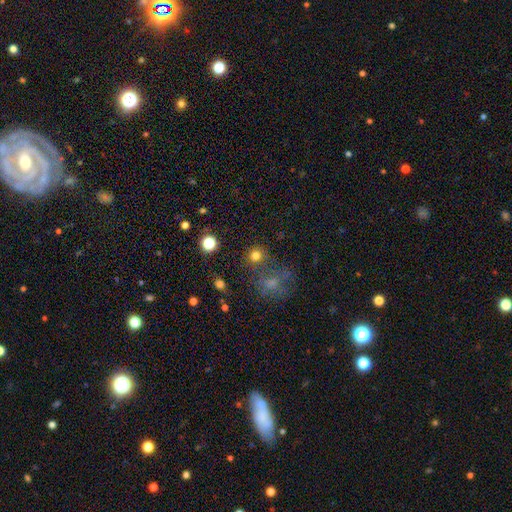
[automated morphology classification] type=smooth (76%); roundness=round (89%); merging=none (78%).